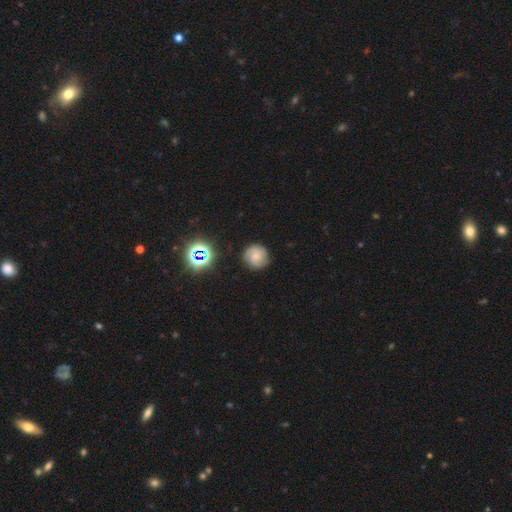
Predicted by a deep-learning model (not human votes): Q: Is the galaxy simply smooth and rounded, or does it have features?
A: featured or disk — 57%.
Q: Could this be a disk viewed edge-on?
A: no — 98%.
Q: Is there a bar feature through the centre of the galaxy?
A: no — 73%.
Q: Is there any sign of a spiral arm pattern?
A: yes — 92%.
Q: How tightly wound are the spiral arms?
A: tight — 57%.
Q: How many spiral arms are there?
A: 2 — 35%.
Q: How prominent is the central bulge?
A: small — 62%.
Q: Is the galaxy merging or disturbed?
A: none — 82%.